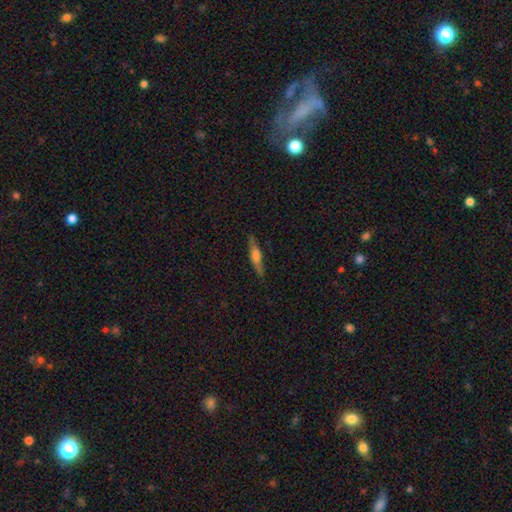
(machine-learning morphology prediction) Overall: featured or disk (47%; smooth 46%). Merging: none (88%).